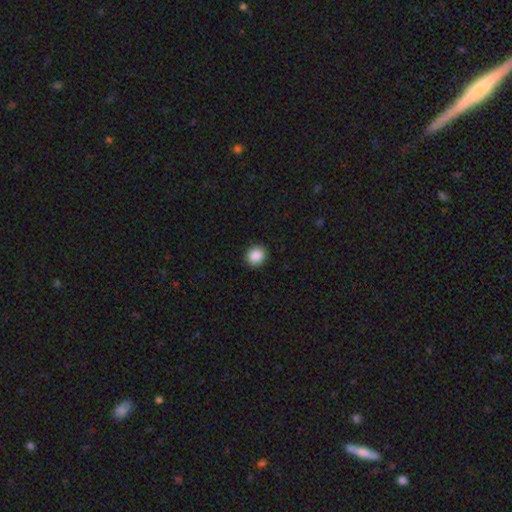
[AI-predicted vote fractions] Q: Smooth or featured?
A: smooth (88%); runner-up: star or artifact (9%)
Q: How rounded?
A: round (76%); runner-up: in between (23%)
Q: Merging?
A: none (92%); runner-up: minor disturbance (6%)